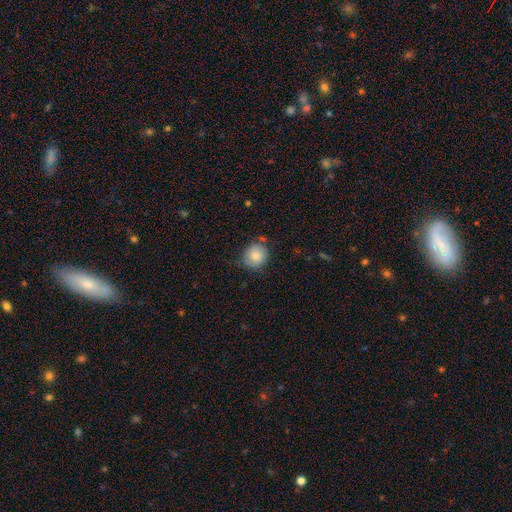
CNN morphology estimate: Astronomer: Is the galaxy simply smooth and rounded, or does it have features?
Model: smooth — 79%.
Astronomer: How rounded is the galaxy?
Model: round — 82%.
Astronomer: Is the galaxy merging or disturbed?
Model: none — 72%.